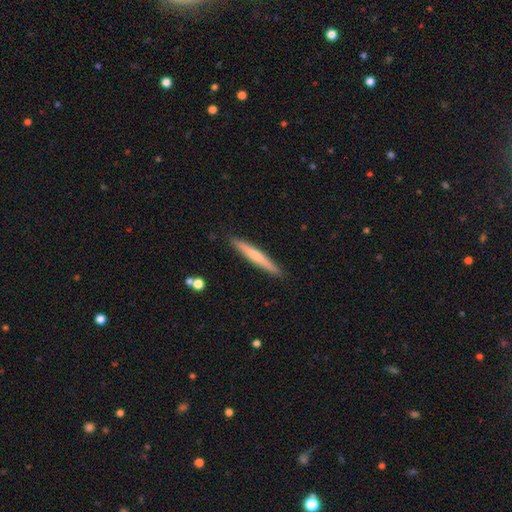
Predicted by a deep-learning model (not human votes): smooth_or_featured: smooth (p=0.56) [alt: featured or disk p=0.39]
how_rounded: cigar-shaped (p=0.96) [alt: in between p=0.03]
merging: none (p=0.91) [alt: minor disturbance p=0.07]